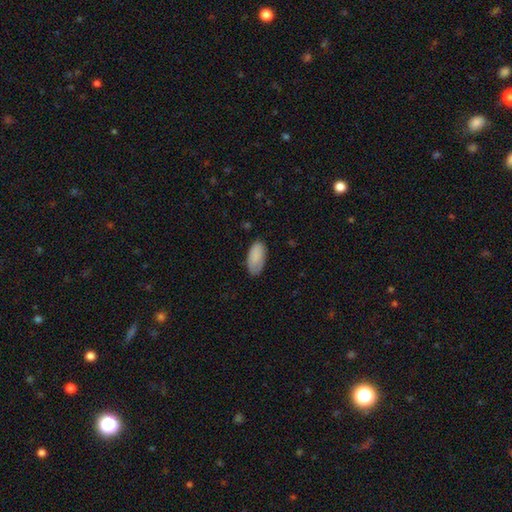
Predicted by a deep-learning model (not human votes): Smooth or featured? Predicted: smooth (p=0.87). How rounded? Predicted: in between (p=0.94). Merging? Predicted: none (p=0.76).